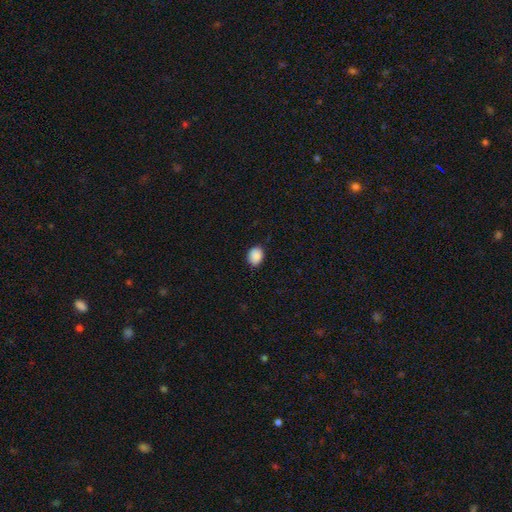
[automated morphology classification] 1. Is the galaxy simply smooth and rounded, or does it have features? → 89% smooth, 8% star or artifact, 3% featured or disk.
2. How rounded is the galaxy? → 59% in between, 40% round, 1% cigar-shaped.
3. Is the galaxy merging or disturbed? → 83% none, 13% minor disturbance, 2% major disturbance, 1% merger.